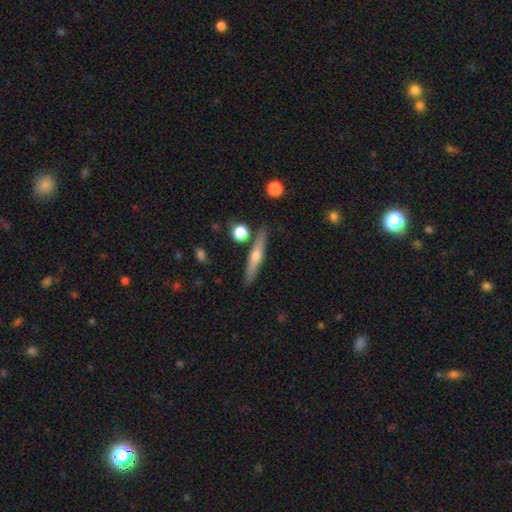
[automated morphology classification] Q: Smooth or featured?
A: featured or disk (56%); runner-up: smooth (37%)
Q: Edge-on disk?
A: yes (95%); runner-up: no (5%)
Q: Edge-on bulge?
A: rounded (85%); runner-up: none (11%)
Q: Merging?
A: none (85%); runner-up: minor disturbance (8%)